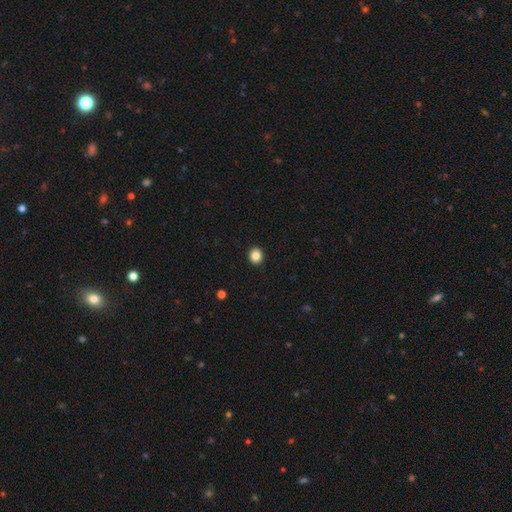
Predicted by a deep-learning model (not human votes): This appears to be a smooth galaxy with no disk features (86%) that is round (71%). Merging: none (92%).